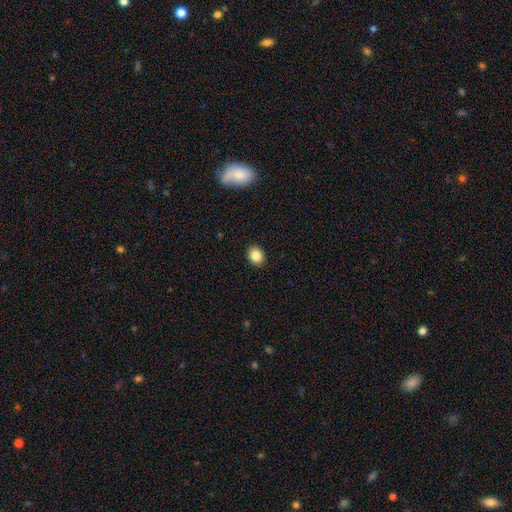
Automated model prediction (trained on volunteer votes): Morphology: type=smooth (85%); roundness=round (62%); merging=none (91%).